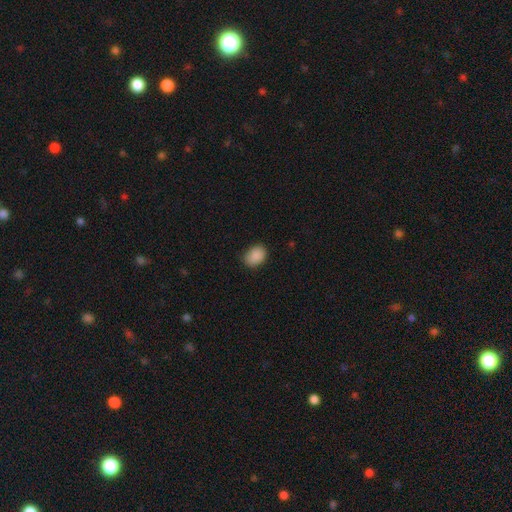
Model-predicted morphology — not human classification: smooth_or_featured: smooth (p=0.89) [alt: star or artifact p=0.08]
how_rounded: in between (p=0.74) [alt: round p=0.26]
merging: none (p=0.82) [alt: minor disturbance p=0.15]